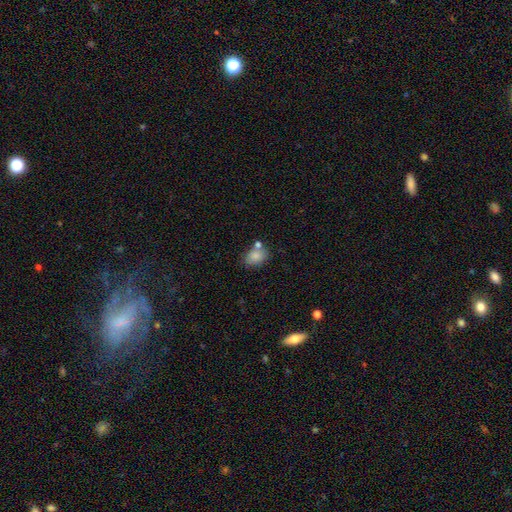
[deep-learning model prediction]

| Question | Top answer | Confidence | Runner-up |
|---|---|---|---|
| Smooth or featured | smooth | 83% | featured or disk (9%) |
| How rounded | in between | 75% | round (24%) |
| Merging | none | 59% | merger (20%) |